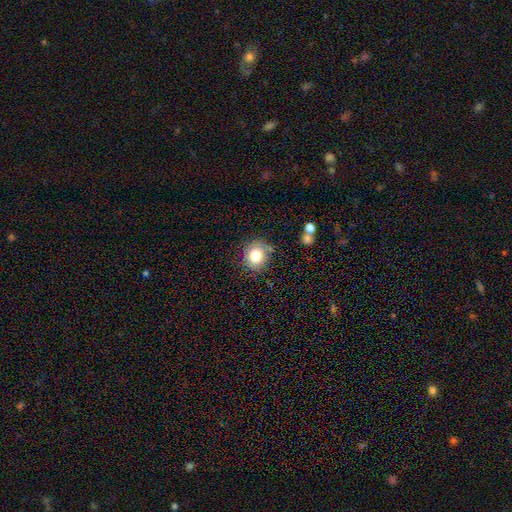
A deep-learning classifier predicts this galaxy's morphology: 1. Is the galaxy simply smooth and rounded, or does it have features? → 79% smooth, 11% star or artifact, 10% featured or disk.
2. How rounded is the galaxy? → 80% round, 20% in between, 1% cigar-shaped.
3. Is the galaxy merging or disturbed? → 77% none, 15% minor disturbance, 4% merger, 4% major disturbance.